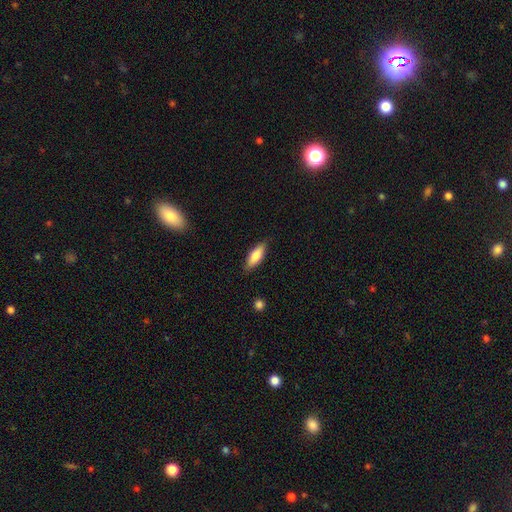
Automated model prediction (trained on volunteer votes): The model was most divided on "how rounded": in between: 62%, cigar-shaped: 36%, round: 2%. More confident: merging — none (85%); smooth or featured — smooth (77%).